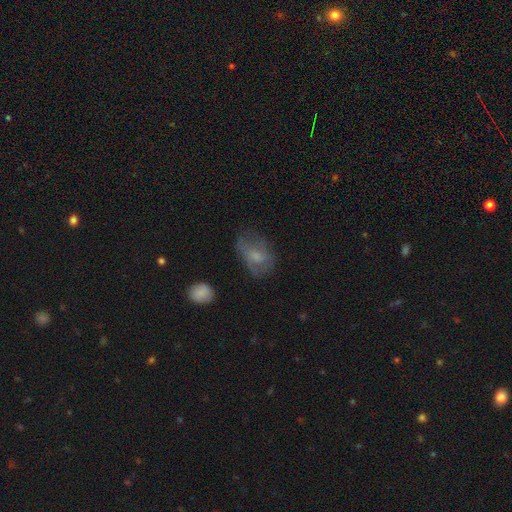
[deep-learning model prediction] A smooth galaxy with no disk features (58%) that is in between round and cigar-shaped (80%).

Vote fractions:
- Smooth or featured? smooth: 58% / featured or disk: 32% / star or artifact: 10%
- How rounded? in between: 80% / round: 19% / cigar-shaped: 2%
- Merging? none: 45% / minor disturbance: 28% / major disturbance: 24% / merger: 2%